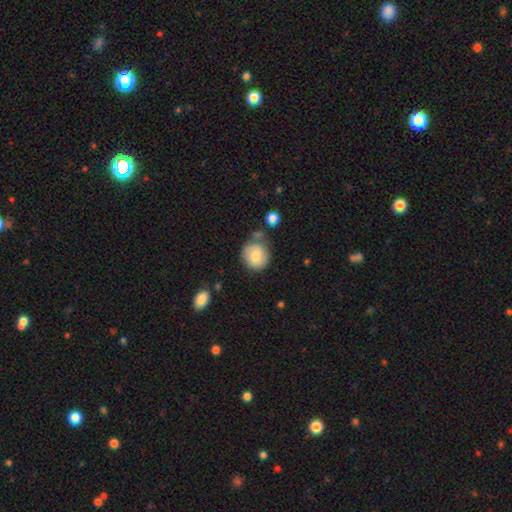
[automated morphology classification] Smooth or featured?
  - smooth: 72% *
  - featured or disk: 21%
  - star or artifact: 7%
How rounded?
  - round: 86% *
  - in between: 13%
  - cigar-shaped: 1%
Merging?
  - none: 69% *
  - minor disturbance: 17%
  - merger: 9%
  - major disturbance: 5%